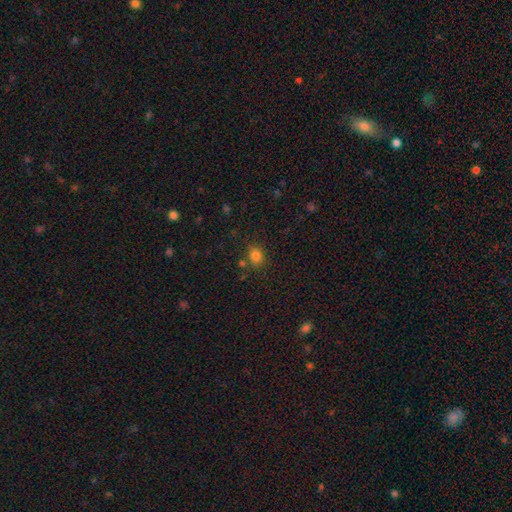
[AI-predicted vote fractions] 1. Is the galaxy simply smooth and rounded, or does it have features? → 80% smooth, 14% star or artifact, 6% featured or disk.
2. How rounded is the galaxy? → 64% round, 36% in between, 1% cigar-shaped.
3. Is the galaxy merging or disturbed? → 78% none, 12% minor disturbance, 7% merger, 4% major disturbance.